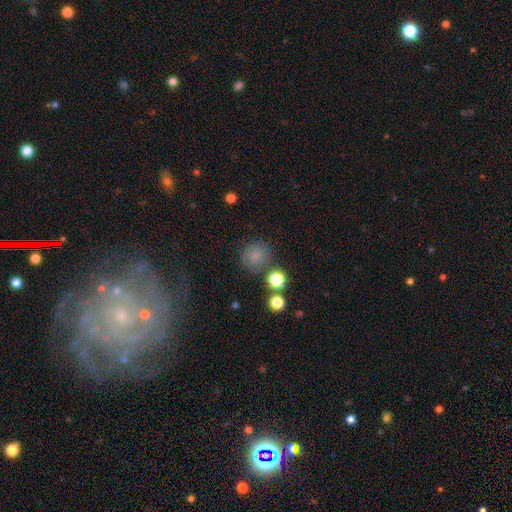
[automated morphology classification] Q: Smooth or featured?
A: smooth (78%); runner-up: star or artifact (13%)
Q: How rounded?
A: round (89%); runner-up: in between (10%)
Q: Merging?
A: none (75%); runner-up: minor disturbance (13%)